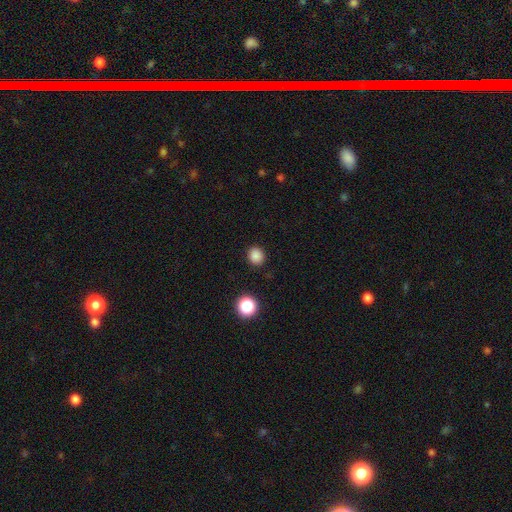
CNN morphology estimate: Overall: smooth (85%). How rounded: round (80%). Merging: none (90%).